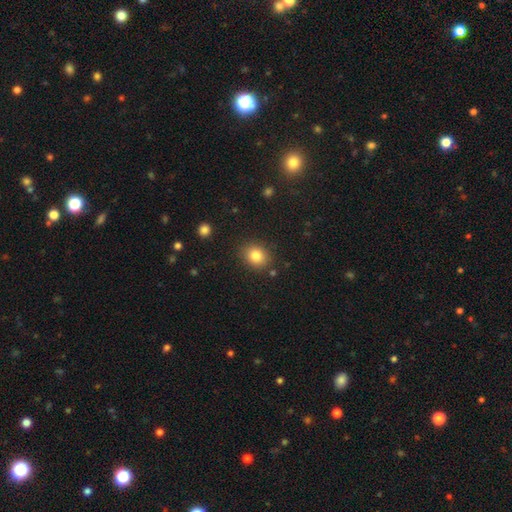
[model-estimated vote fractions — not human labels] Smooth or featured?
  - smooth: 82% *
  - star or artifact: 11%
  - featured or disk: 7%
How rounded?
  - round: 63% *
  - in between: 36%
  - cigar-shaped: 1%
Merging?
  - none: 85% *
  - minor disturbance: 9%
  - major disturbance: 3%
  - merger: 2%